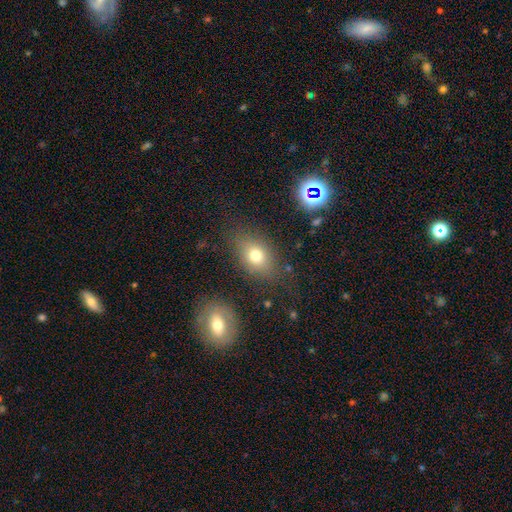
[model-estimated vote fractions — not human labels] Smooth or featured: smooth — 74% (featured or disk — 14%)
How rounded: in between — 70% (round — 28%)
Merging: none — 77% (minor disturbance — 14%)